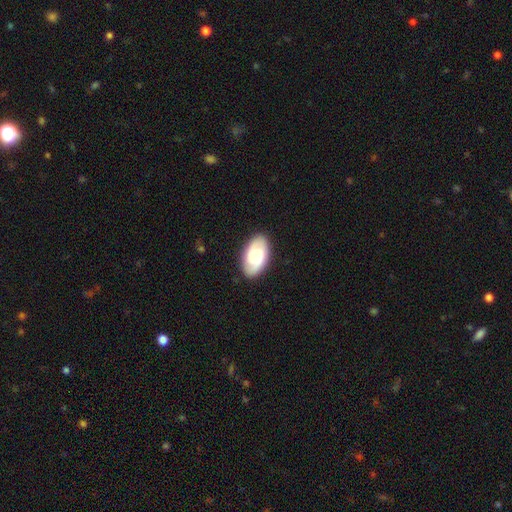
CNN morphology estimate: Overall: featured or disk (48%; smooth 46%). Merging: none (87%).